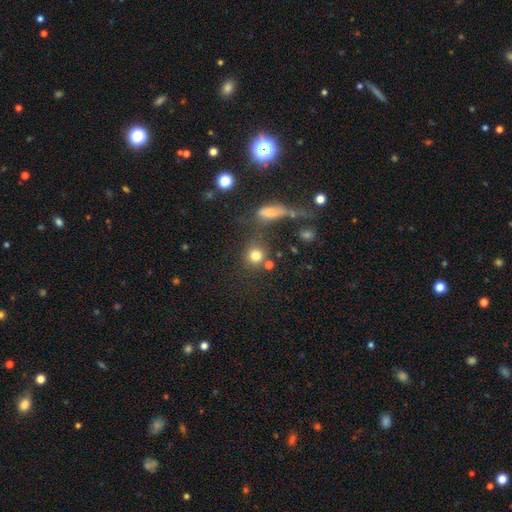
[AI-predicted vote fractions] This appears to be a smooth galaxy with no disk features (78%) that is round (86%). Merging: none (58%).